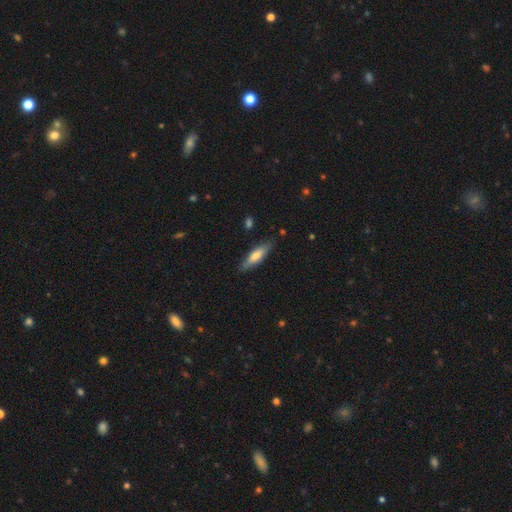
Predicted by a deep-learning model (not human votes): Q: Smooth or featured?
A: smooth (65%); runner-up: featured or disk (29%)
Q: How rounded?
A: cigar-shaped (63%); runner-up: in between (35%)
Q: Merging?
A: none (82%); runner-up: minor disturbance (14%)